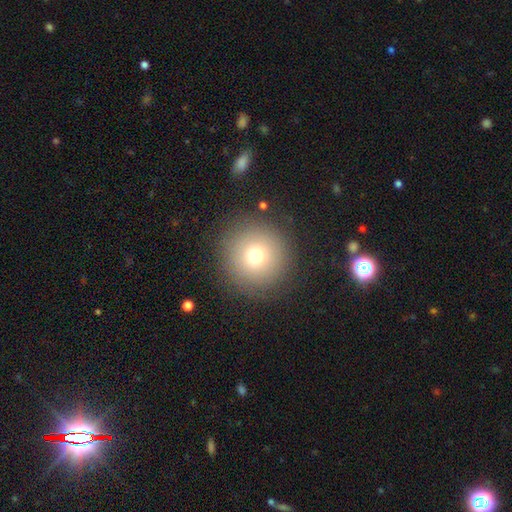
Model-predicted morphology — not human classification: Smooth or featured? Predicted: smooth (p=0.73). How rounded? Predicted: round (p=0.96). Merging? Predicted: none (p=0.88).